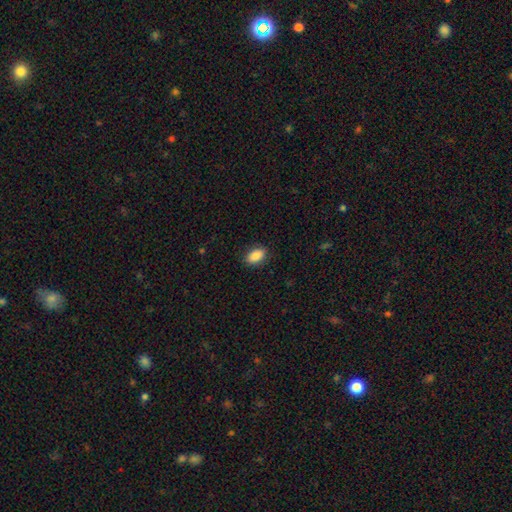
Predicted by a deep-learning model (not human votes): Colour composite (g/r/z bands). It shows a smooth galaxy with no disk features (88%) that is in between round and cigar-shaped (91%). Merging: none (87%).